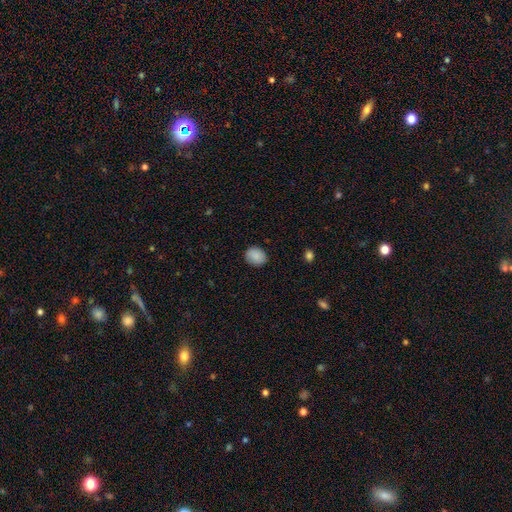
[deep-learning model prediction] smooth 89%, star or artifact 7%, featured or disk 4%. Down the decision tree: how rounded — round (55%); merging — none (87%).